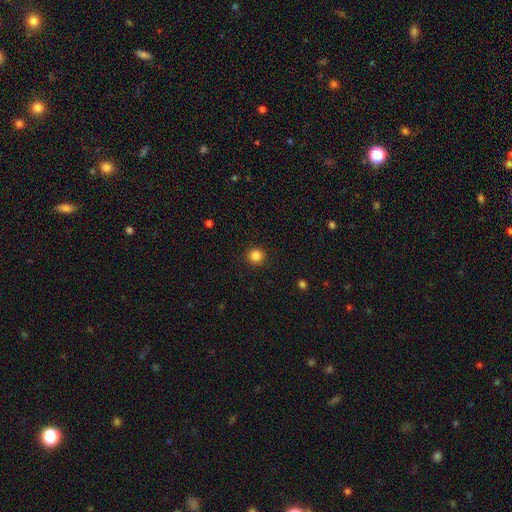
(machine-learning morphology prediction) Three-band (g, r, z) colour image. It shows a smooth galaxy with no disk features (85%) that is round (95%). Merging: none (93%).